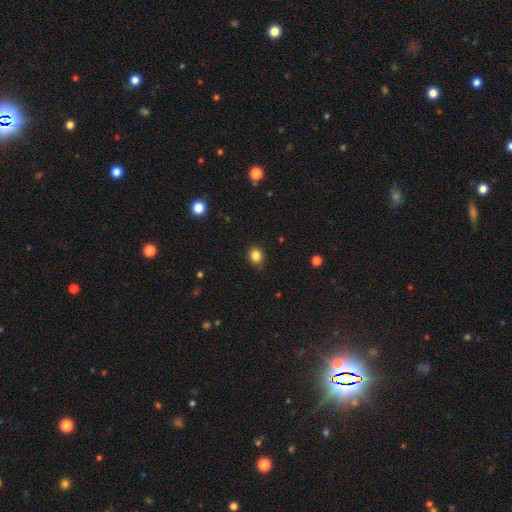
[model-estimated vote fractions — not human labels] smooth-or-featured: smooth: 84% | star or artifact: 11% | featured or disk: 4%
  how-rounded: round: 73% | in between: 26% | cigar-shaped: 1%
  merging: none: 87% | minor disturbance: 10% | major disturbance: 2% | merger: 1%